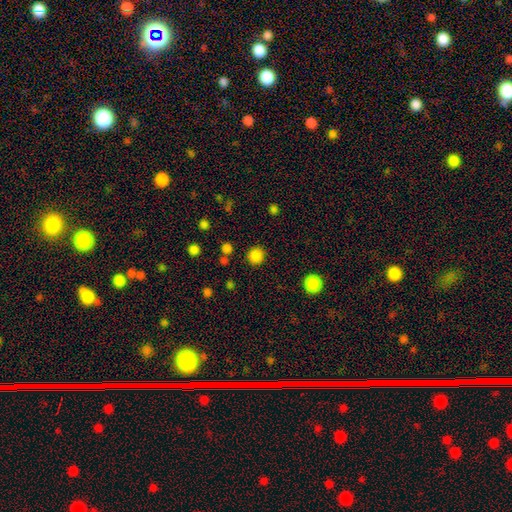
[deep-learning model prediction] Smooth or featured? smooth (85%)
How rounded? round (93%)
Merging? none (89%)